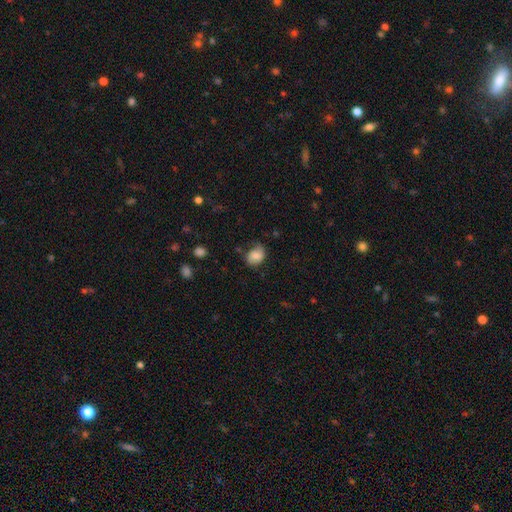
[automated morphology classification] type=smooth (74%); roundness=in between (63%); merging=none (59%).